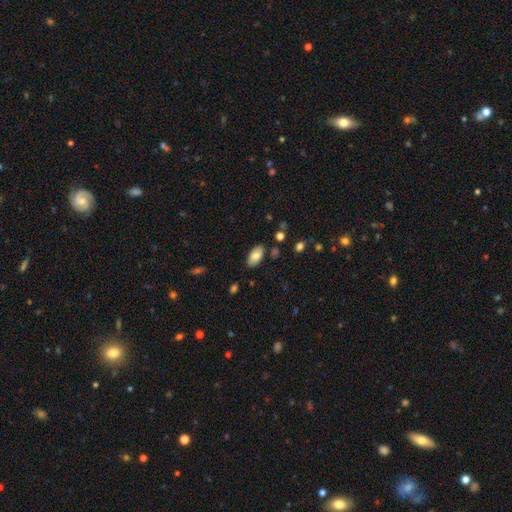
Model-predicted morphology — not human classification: type=smooth (77%); roundness=in between (95%); merging=none (84%).